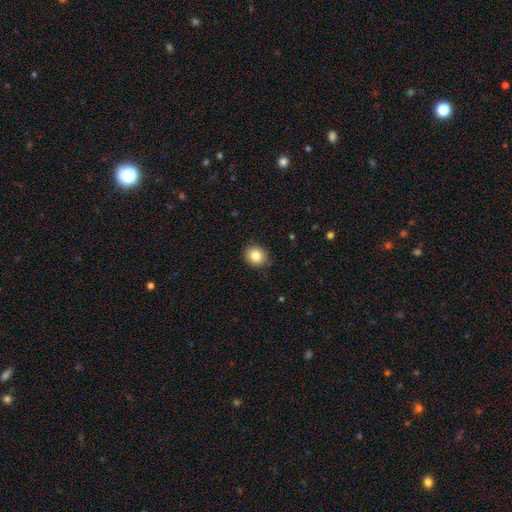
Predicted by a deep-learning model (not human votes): A smooth galaxy with no disk features (84%) that is round (80%). Merging: none (89%).